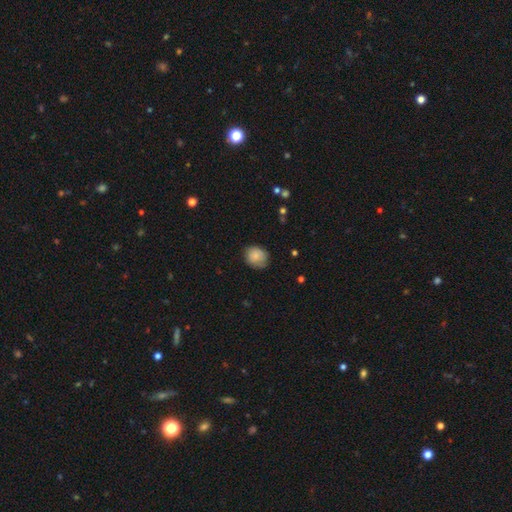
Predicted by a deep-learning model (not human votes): This appears to be a smooth galaxy with no disk features (82%) that is round (71%). Merging: none (72%).